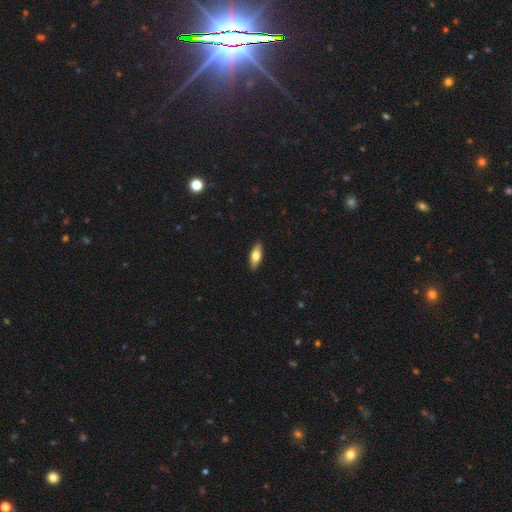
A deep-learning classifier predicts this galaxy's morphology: Overall: smooth (72%). How rounded: in between (72%). Merging: none (90%).